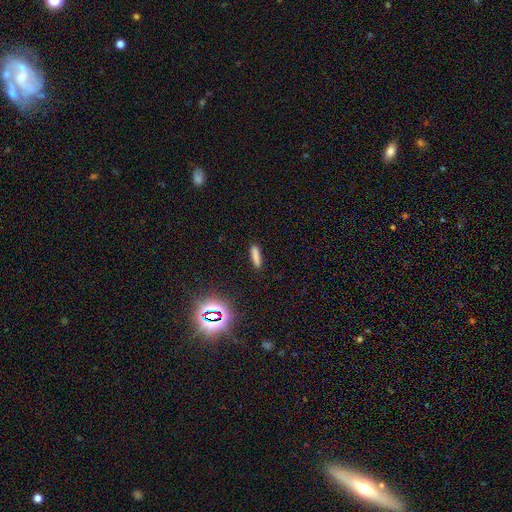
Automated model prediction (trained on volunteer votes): The model was most divided on "how rounded": cigar-shaped: 79%, in between: 19%, round: 2%. More confident: merging — none (87%); smooth or featured — smooth (79%).